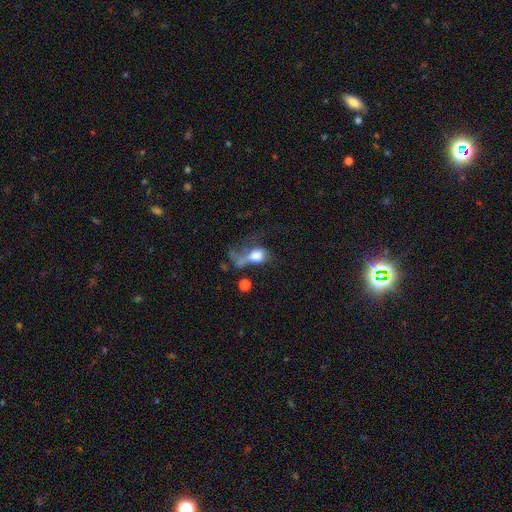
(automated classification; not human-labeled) Smooth or featured? smooth (58%)
How rounded? in between (63%)
Merging? major disturbance (54%)